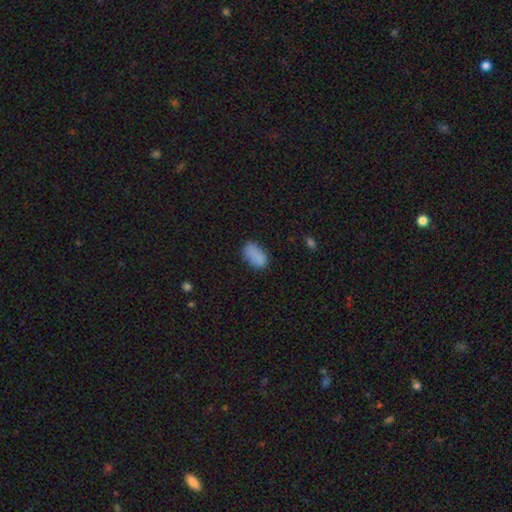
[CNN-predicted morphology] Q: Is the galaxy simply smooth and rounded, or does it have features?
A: smooth — 85%.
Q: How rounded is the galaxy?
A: in between — 93%.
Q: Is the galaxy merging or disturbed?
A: none — 70%.